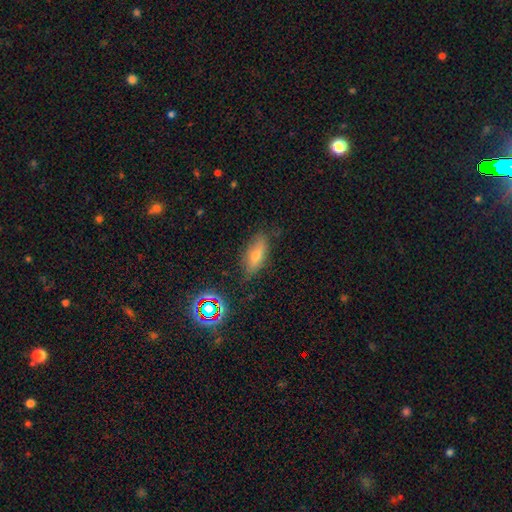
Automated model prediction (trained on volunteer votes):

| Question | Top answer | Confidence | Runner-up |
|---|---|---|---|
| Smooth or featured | smooth | 58% | featured or disk (27%) |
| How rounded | in between | 72% | cigar-shaped (23%) |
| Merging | none | 74% | minor disturbance (19%) |